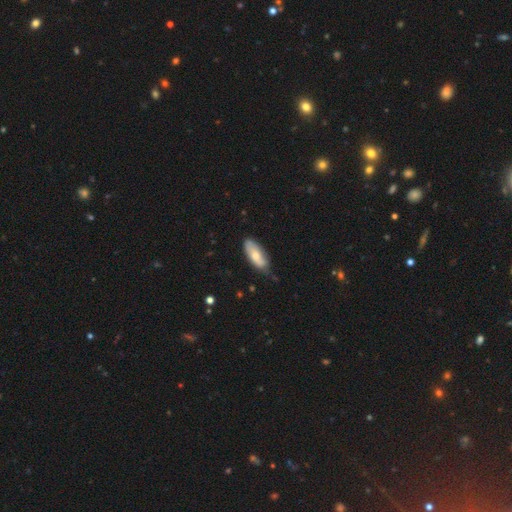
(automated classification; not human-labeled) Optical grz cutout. It shows a smooth galaxy with no disk features (64%) that is in between round and cigar-shaped (81%). Merging: none (56%).